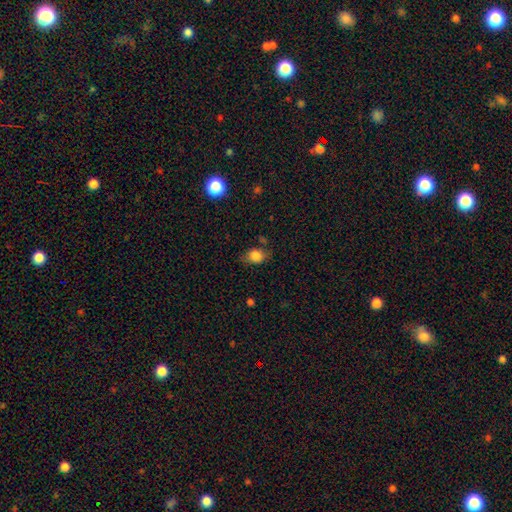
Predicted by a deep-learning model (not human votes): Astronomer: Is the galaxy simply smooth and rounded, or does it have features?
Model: smooth — 82%.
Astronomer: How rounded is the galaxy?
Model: in between — 71%.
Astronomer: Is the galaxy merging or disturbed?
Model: none — 68%.